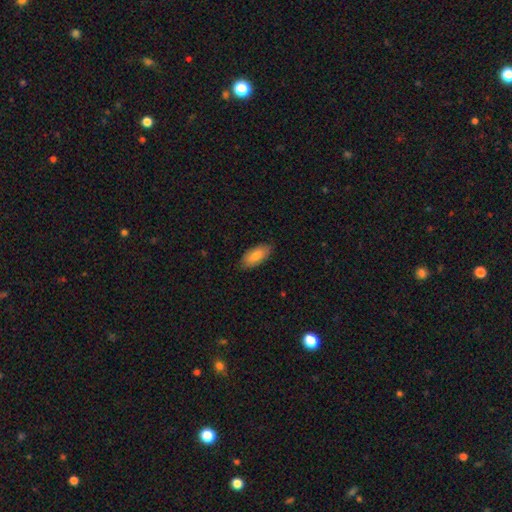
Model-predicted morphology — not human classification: The model was most divided on "smooth or featured": smooth: 79%, featured or disk: 15%, star or artifact: 6%. More confident: how rounded — in between (88%); merging — none (84%).